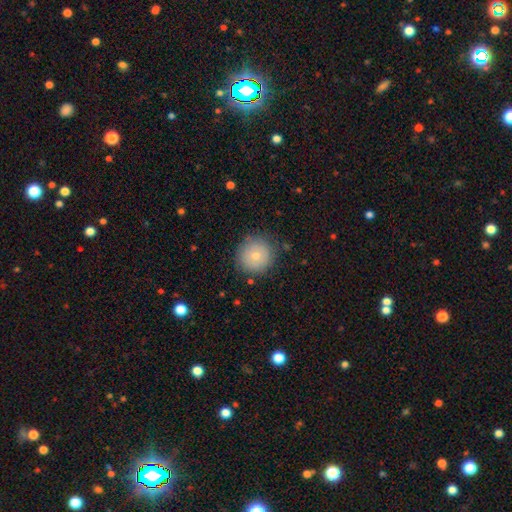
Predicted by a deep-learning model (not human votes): A smooth galaxy with no disk features (76%) that is round (94%).

Vote fractions:
- Smooth or featured? smooth: 76% / featured or disk: 14% / star or artifact: 9%
- How rounded? round: 94% / in between: 5% / cigar-shaped: 1%
- Merging? none: 84% / minor disturbance: 11% / major disturbance: 3% / merger: 1%